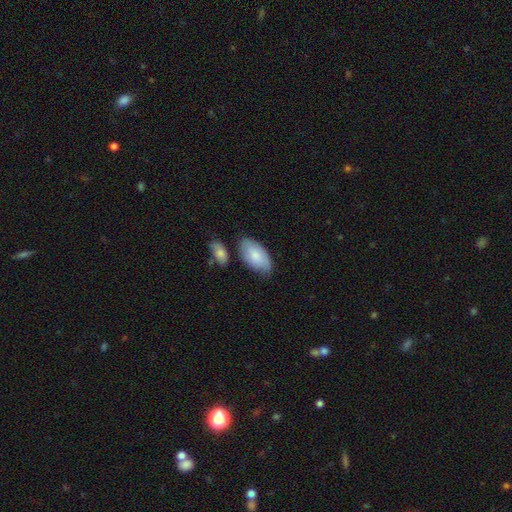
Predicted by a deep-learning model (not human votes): Smooth or featured? smooth (80%)
How rounded? in between (95%)
Merging? none (64%)